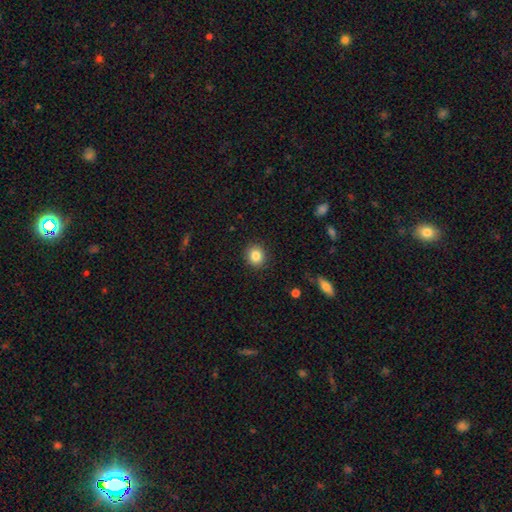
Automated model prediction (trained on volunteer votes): A smooth galaxy with no disk features (84%) that is round (84%).

Vote fractions:
- Smooth or featured? smooth: 84% / star or artifact: 10% / featured or disk: 6%
- How rounded? round: 84% / in between: 15% / cigar-shaped: 1%
- Merging? none: 91% / minor disturbance: 6% / major disturbance: 2% / merger: 1%